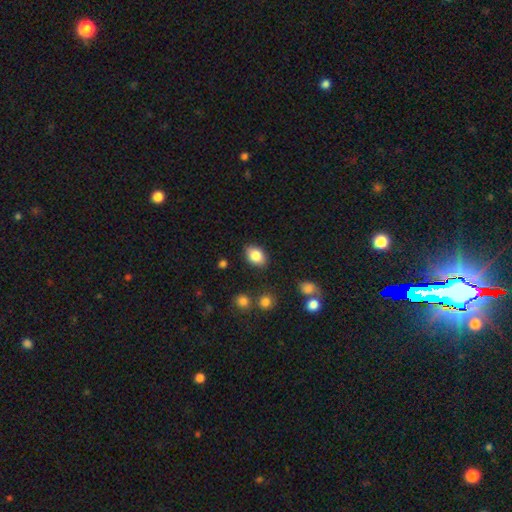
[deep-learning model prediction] smooth-or-featured: smooth: 85% | star or artifact: 8% | featured or disk: 7%
  how-rounded: in between: 79% | round: 20% | cigar-shaped: 1%
  merging: none: 85% | minor disturbance: 10% | major disturbance: 3% | merger: 2%